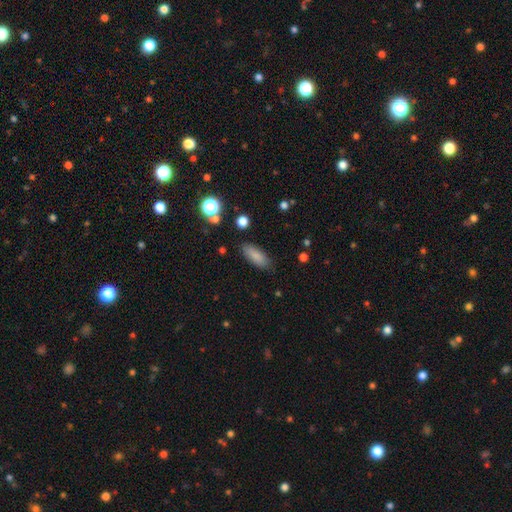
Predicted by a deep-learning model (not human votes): Overall: smooth (84%). How rounded: in between (72%). Merging: none (84%).